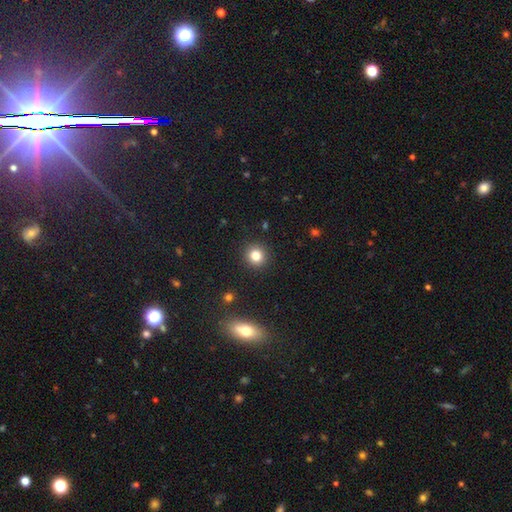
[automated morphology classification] A smooth galaxy with no disk features (81%) that is round (91%).

Vote fractions:
- Smooth or featured? smooth: 81% / star or artifact: 13% / featured or disk: 7%
- How rounded? round: 91% / in between: 8% / cigar-shaped: 1%
- Merging? none: 91% / minor disturbance: 5% / major disturbance: 2% / merger: 1%